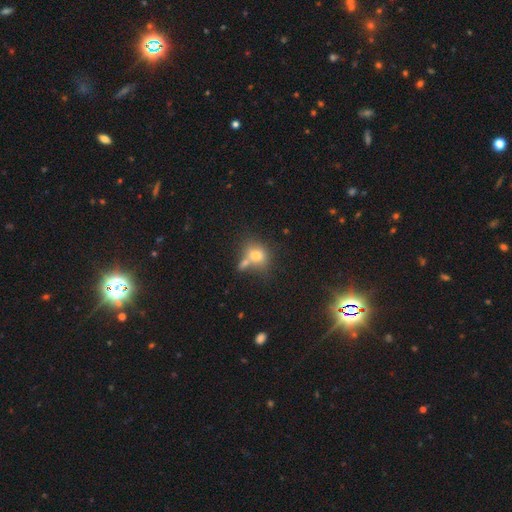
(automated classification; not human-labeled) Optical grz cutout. It shows a smooth galaxy with no disk features (73%) that is round (56%). Merging: none (44%).